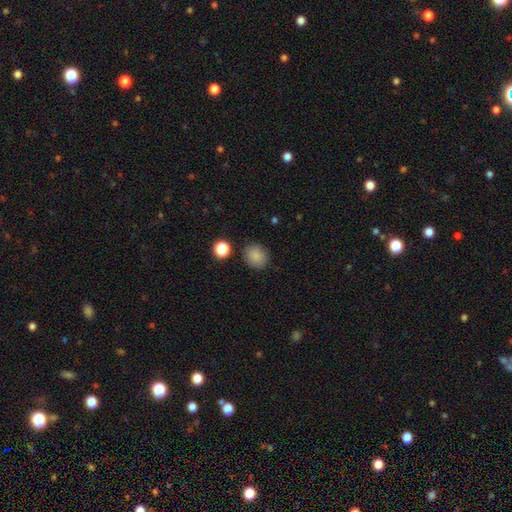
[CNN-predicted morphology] Overall: smooth (86%). How rounded: round (79%). Merging: none (87%).